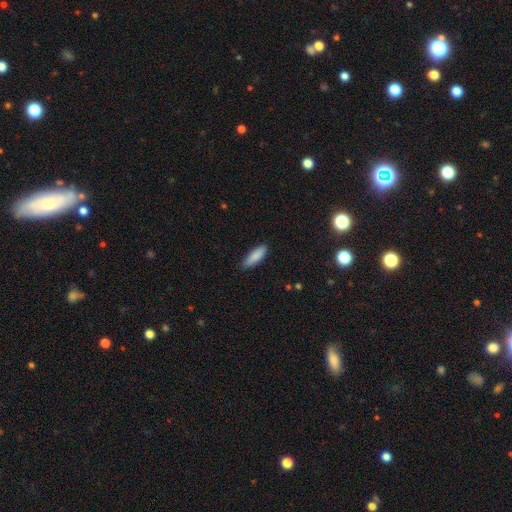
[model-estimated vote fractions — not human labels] Smooth or featured? Predicted: smooth (p=0.86). How rounded? Predicted: in between (p=0.50). Merging? Predicted: none (p=0.84).